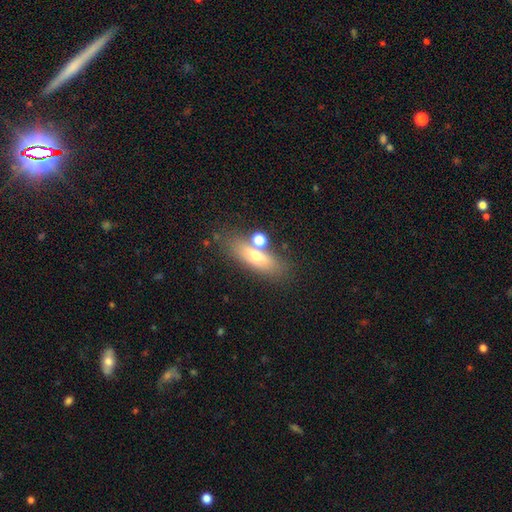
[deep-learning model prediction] Smooth or featured? Predicted: smooth (p=0.58). How rounded? Predicted: in between (p=0.51). Merging? Predicted: none (p=0.67).